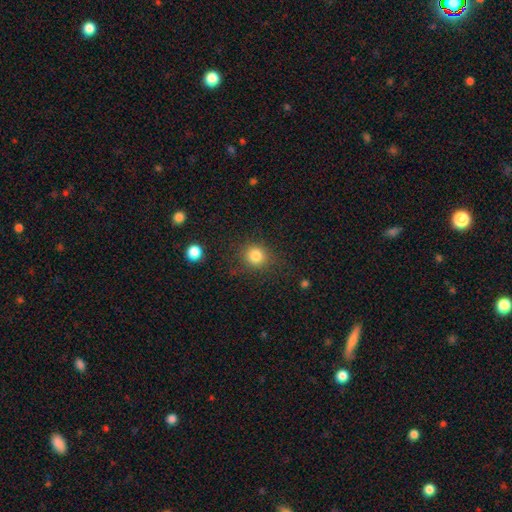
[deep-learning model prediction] Morphology: type=smooth (83%); roundness=round (89%); merging=none (84%).